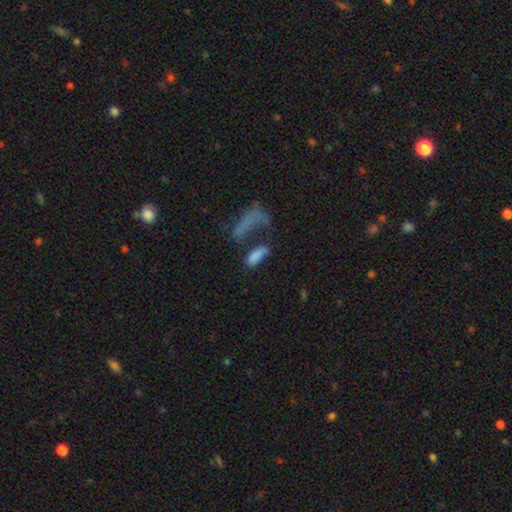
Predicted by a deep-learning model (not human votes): Smooth or featured?
  - smooth: 72% *
  - featured or disk: 15%
  - star or artifact: 13%
How rounded?
  - in between: 65% *
  - cigar-shaped: 30%
  - round: 4%
Merging?
  - none: 31% *
  - major disturbance: 30%
  - merger: 25%
  - minor disturbance: 15%